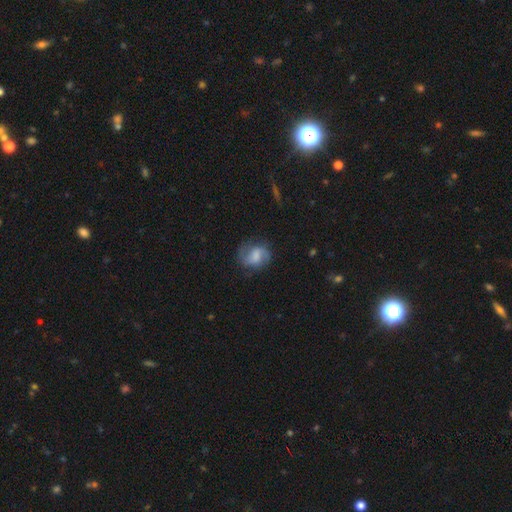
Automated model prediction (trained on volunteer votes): smooth-or-featured: featured or disk: 58% | smooth: 34% | star or artifact: 8%
  disk-edge-on: no: 97% | yes: 3%
    bar: weak: 49% | no: 35% | strong: 16%
    has-spiral-arms: yes: 89% | no: 11%
    bulge-size: moderate: 32% | small: 26% | none: 24% | large: 16% | dominant: 2%
  merging: none: 68% | minor disturbance: 20% | major disturbance: 11% | merger: 1%